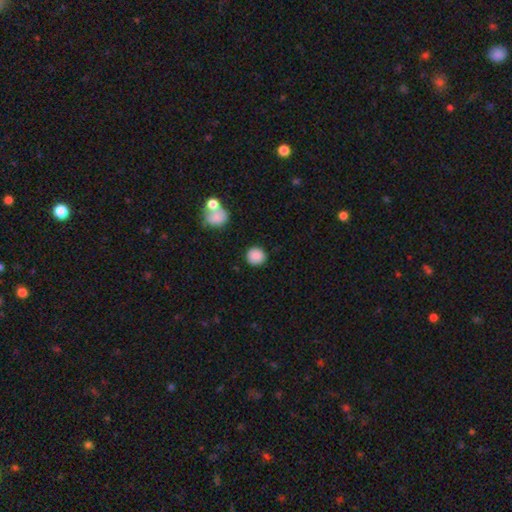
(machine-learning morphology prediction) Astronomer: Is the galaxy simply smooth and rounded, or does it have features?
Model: smooth — 87%.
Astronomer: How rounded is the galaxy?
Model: round — 92%.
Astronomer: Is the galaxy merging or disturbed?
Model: none — 86%.